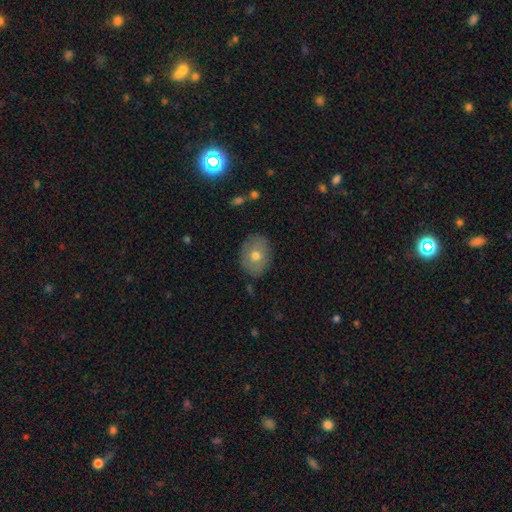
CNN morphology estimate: Smooth or featured?
  - smooth: 65% *
  - featured or disk: 26%
  - star or artifact: 9%
How rounded?
  - in between: 60% *
  - round: 39%
  - cigar-shaped: 1%
Merging?
  - none: 84% *
  - minor disturbance: 12%
  - major disturbance: 3%
  - merger: 1%